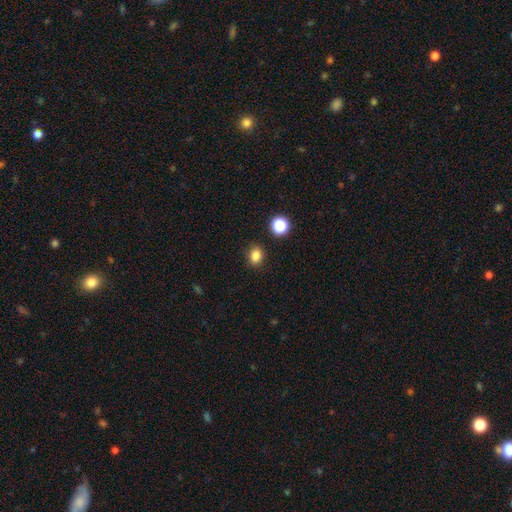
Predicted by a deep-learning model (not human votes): Morphology: type=smooth (83%); roundness=round (55%); merging=none (87%).